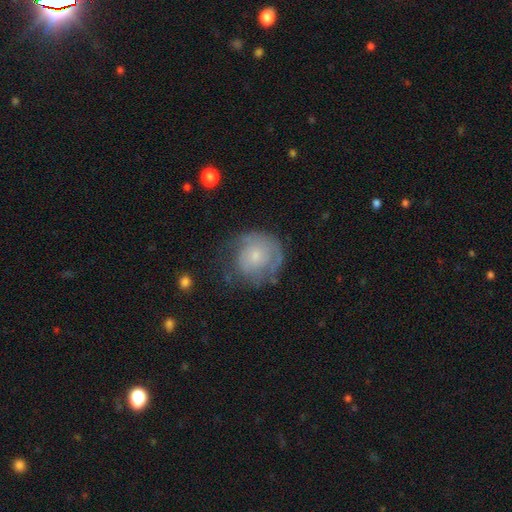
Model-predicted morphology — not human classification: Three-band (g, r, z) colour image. It shows a featured or disk galaxy (54%) with no bar (81%), spiral arms (72%) and a small central bulge (68%). Merging: none (56%).